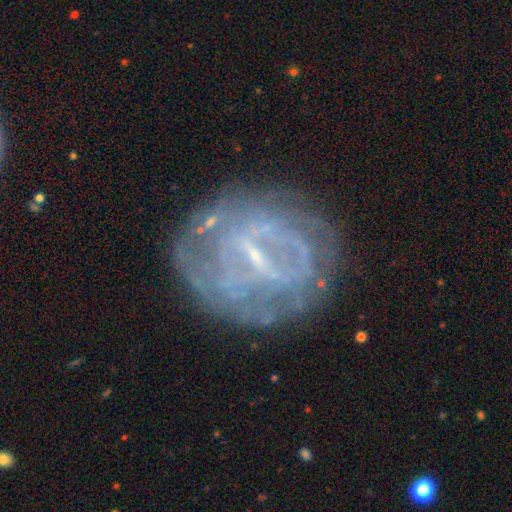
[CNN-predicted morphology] Smooth or featured? Predicted: featured or disk (p=0.76). Edge-on disk? Predicted: no (p=0.96). Bar? Predicted: weak (p=0.42). Spiral arms? Predicted: yes (p=0.57). Bulge size? Predicted: small (p=0.71). Merging? Predicted: none (p=0.70).